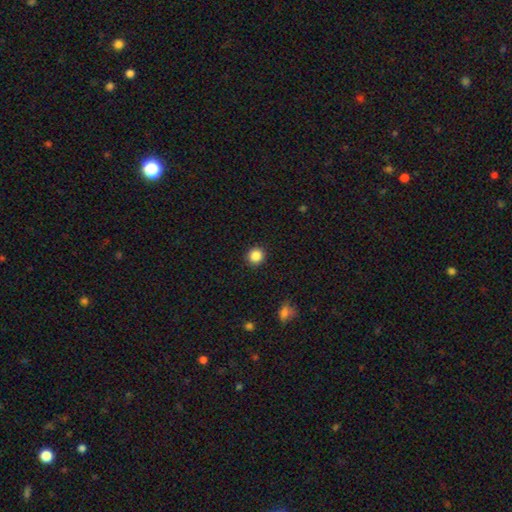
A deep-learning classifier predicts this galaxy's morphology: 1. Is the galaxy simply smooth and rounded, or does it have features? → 86% smooth, 10% star or artifact, 3% featured or disk.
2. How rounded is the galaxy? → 92% round, 8% in between, 1% cigar-shaped.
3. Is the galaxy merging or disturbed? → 92% none, 5% minor disturbance, 2% major disturbance, 1% merger.